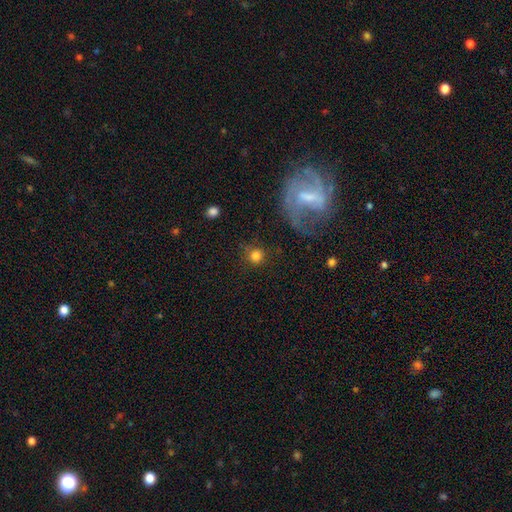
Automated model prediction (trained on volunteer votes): This is likely a smooth galaxy (78%). How rounded: clearly round (93%). Merging: likely none (79%).